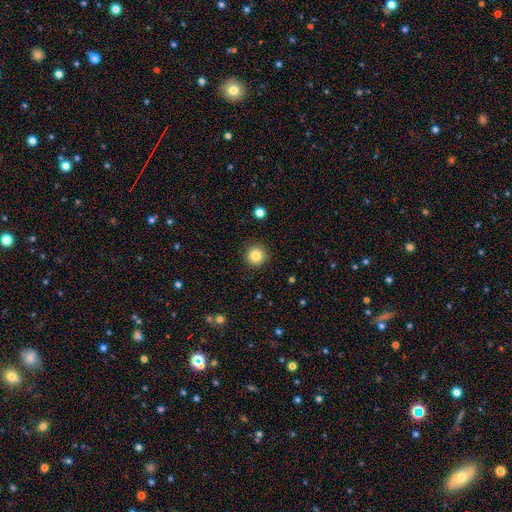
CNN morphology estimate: Overall: smooth (83%). How rounded: round (95%). Merging: none (91%).